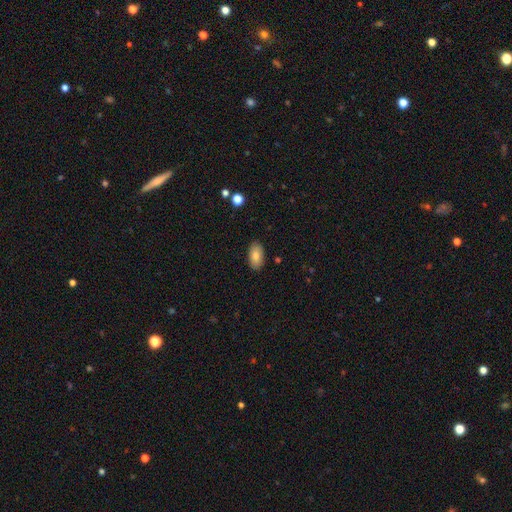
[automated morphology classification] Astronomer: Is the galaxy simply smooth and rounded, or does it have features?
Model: smooth — 83%.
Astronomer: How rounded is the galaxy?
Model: in between — 94%.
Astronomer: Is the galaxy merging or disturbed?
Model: none — 88%.